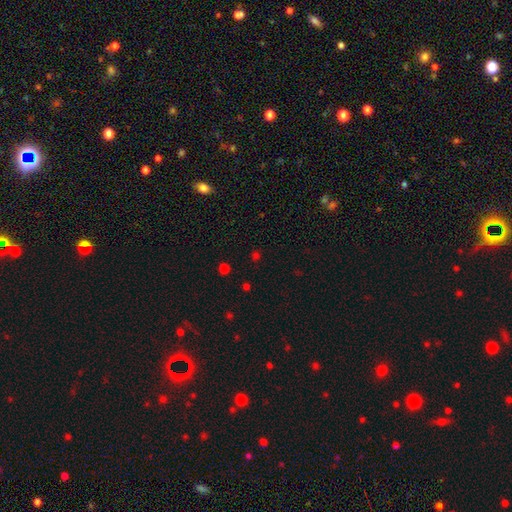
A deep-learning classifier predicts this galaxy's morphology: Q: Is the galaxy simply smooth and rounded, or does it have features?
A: smooth — 51%.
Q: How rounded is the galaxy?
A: round — 82%.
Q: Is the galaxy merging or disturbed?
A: none — 83%.